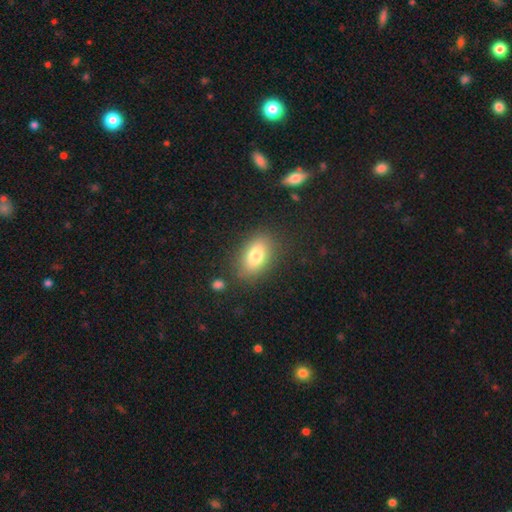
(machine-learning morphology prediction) This is likely a smooth galaxy (80%). How rounded: clearly in between (87%). Merging: clearly none (83%).